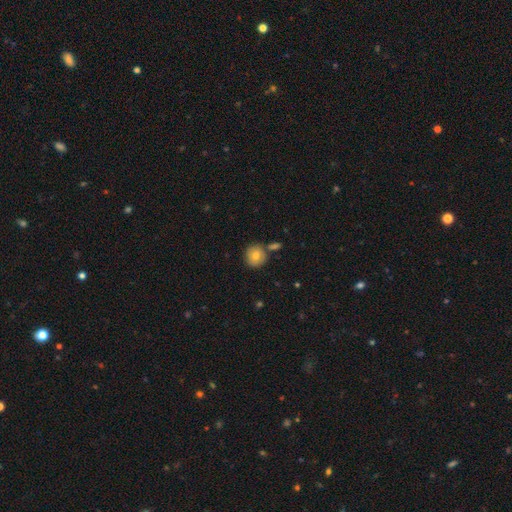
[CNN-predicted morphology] smooth 77%, featured or disk 14%, star or artifact 9%. Down the decision tree: how rounded — round (92%); merging — none (74%).